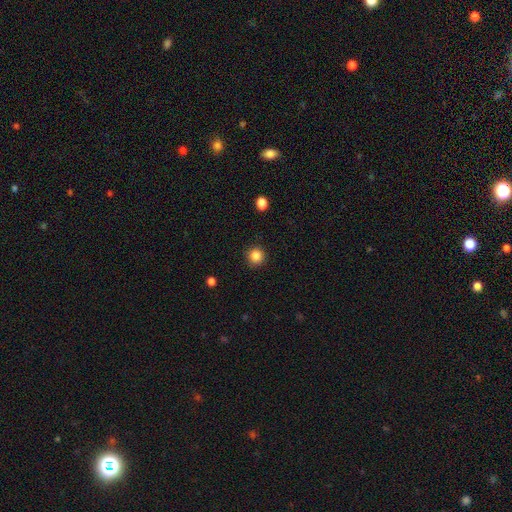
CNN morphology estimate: Smooth or featured? smooth (85%)
How rounded? round (94%)
Merging? none (91%)